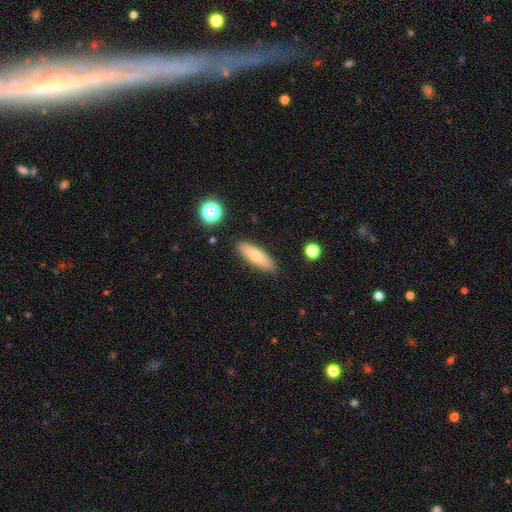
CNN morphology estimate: Smooth or featured: smooth — 71% (featured or disk — 22%)
How rounded: cigar-shaped — 53% (in between — 44%)
Merging: none — 86% (minor disturbance — 10%)